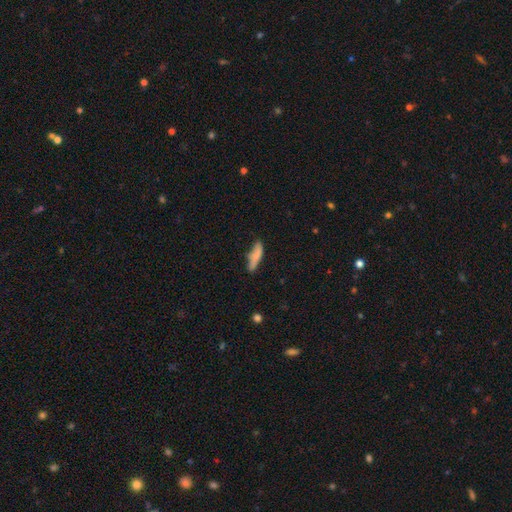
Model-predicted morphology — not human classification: Q: Smooth or featured?
A: smooth (76%); runner-up: featured or disk (17%)
Q: How rounded?
A: cigar-shaped (68%); runner-up: in between (30%)
Q: Merging?
A: none (58%); runner-up: minor disturbance (29%)